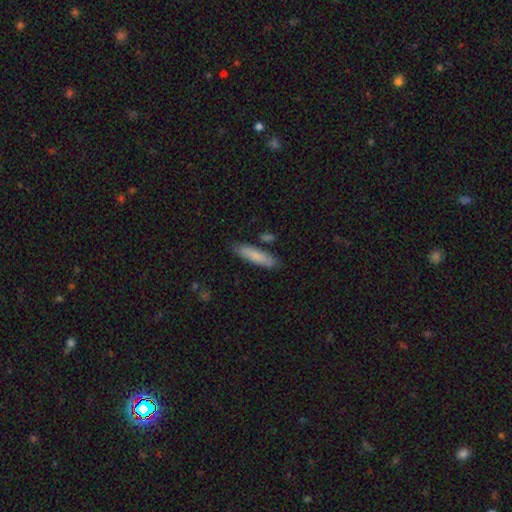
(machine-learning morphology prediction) Smooth or featured?
  - smooth: 80% *
  - featured or disk: 15%
  - star or artifact: 6%
How rounded?
  - cigar-shaped: 75% *
  - in between: 24%
  - round: 1%
Merging?
  - none: 82% *
  - minor disturbance: 12%
  - merger: 4%
  - major disturbance: 2%